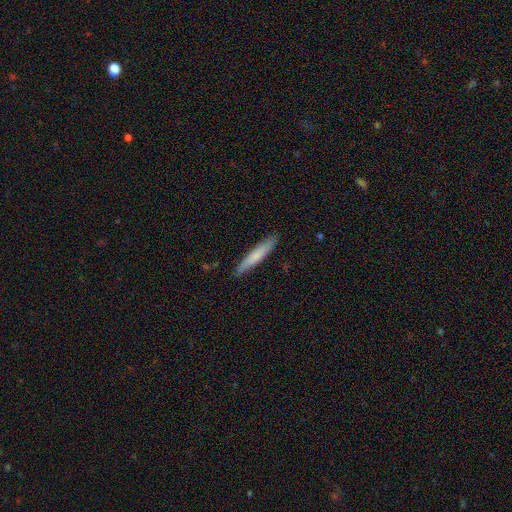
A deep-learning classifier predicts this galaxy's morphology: Smooth or featured? smooth (68%)
How rounded? cigar-shaped (93%)
Merging? none (88%)